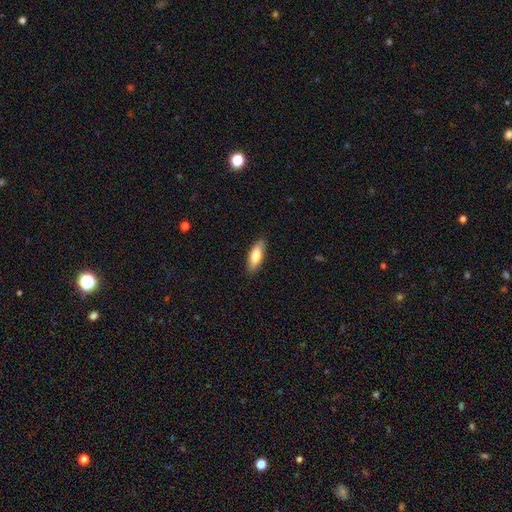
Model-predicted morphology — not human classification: A smooth galaxy with no disk features (80%) that is in between round and cigar-shaped (62%). Merging: none (87%).